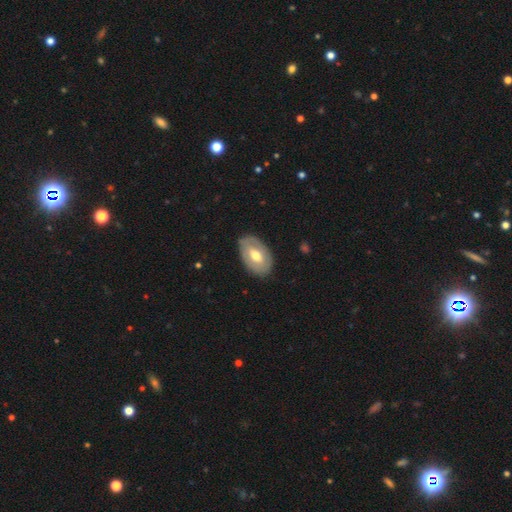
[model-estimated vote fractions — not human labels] smooth-or-featured: featured or disk: 48% | smooth: 47% | star or artifact: 5%
  merging: none: 83% | minor disturbance: 13% | major disturbance: 3% | merger: 1%